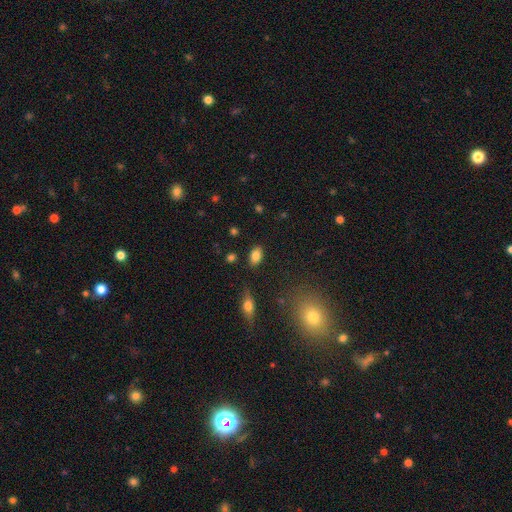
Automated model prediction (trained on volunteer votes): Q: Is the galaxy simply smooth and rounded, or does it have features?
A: smooth — 83%.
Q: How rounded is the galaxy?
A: in between — 88%.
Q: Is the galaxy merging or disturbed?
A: none — 85%.